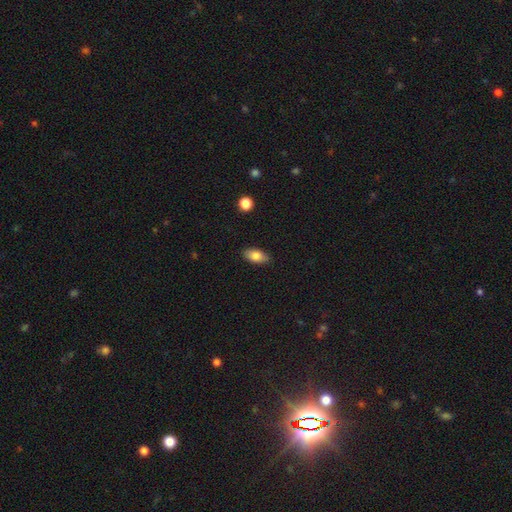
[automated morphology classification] Smooth or featured? smooth (83%)
How rounded? in between (90%)
Merging? none (87%)